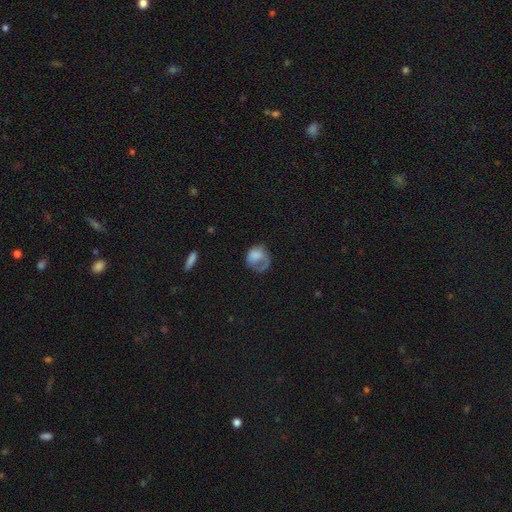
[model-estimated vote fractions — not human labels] smooth-or-featured: smooth: 67% | featured or disk: 24% | star or artifact: 9%
  how-rounded: round: 61% | in between: 38% | cigar-shaped: 1%
  merging: major disturbance: 38% | none: 34% | minor disturbance: 25% | merger: 3%